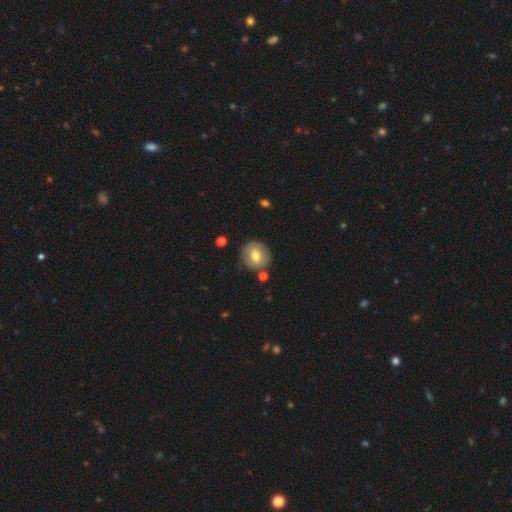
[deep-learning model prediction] smooth_or_featured: smooth (p=0.70) [alt: featured or disk p=0.22]
how_rounded: round (p=0.89) [alt: in between p=0.10]
merging: none (p=0.83) [alt: minor disturbance p=0.10]